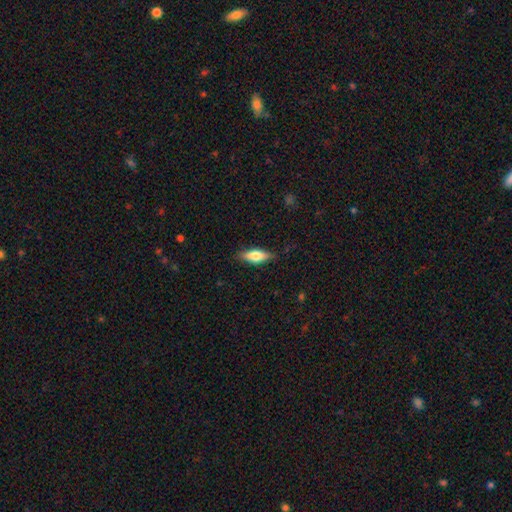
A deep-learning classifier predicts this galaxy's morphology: This appears to be a smooth galaxy with no disk features (66%) that is in between round and cigar-shaped (59%). Merging: none (84%).